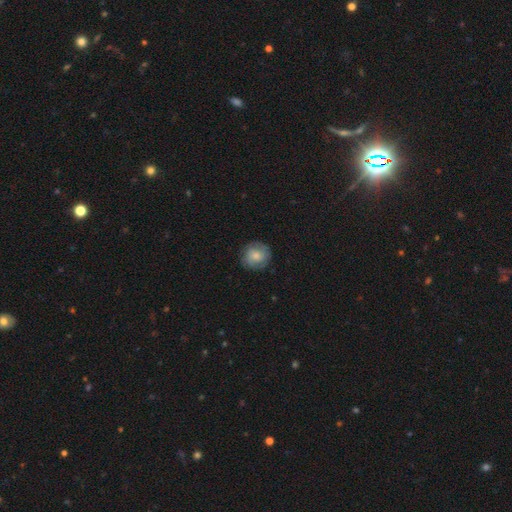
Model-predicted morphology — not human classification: Overall: smooth (66%; featured or disk 27%). How rounded: round (89%). Merging: none (81%).